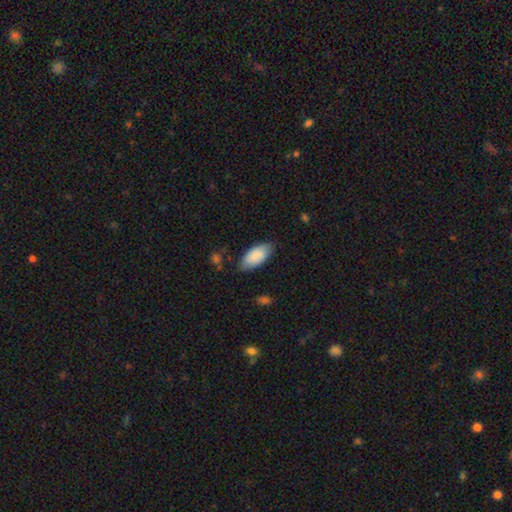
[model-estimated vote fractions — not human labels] smooth-or-featured: smooth: 88% | featured or disk: 7% | star or artifact: 6%
  how-rounded: in between: 92% | cigar-shaped: 7% | round: 2%
  merging: none: 78% | minor disturbance: 17% | major disturbance: 3% | merger: 1%